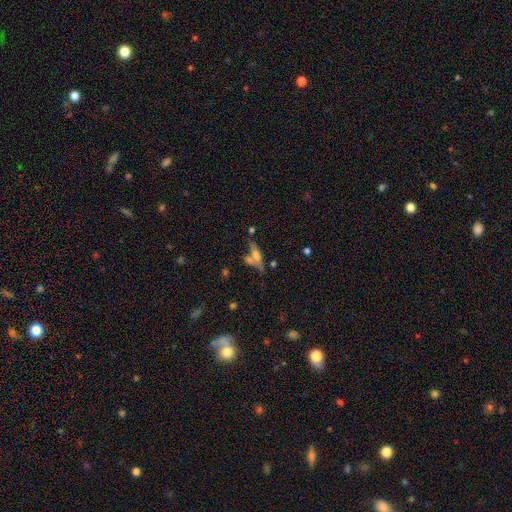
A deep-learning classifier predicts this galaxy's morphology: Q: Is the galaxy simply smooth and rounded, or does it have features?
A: smooth — 48%.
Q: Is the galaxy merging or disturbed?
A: none — 47%.